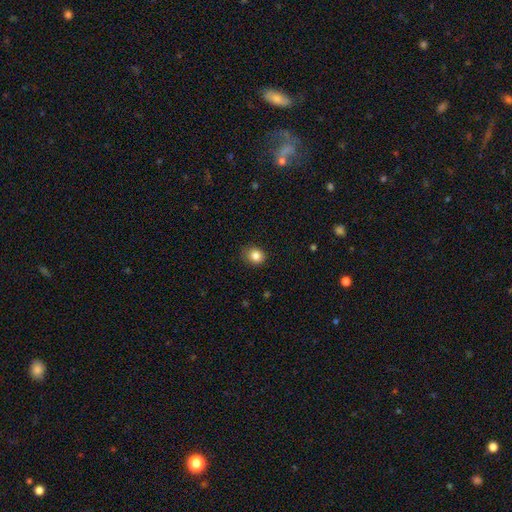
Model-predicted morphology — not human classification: The model was most divided on "how rounded": round: 69%, in between: 30%, cigar-shaped: 1%. More confident: smooth or featured — smooth (85%); merging — none (84%).